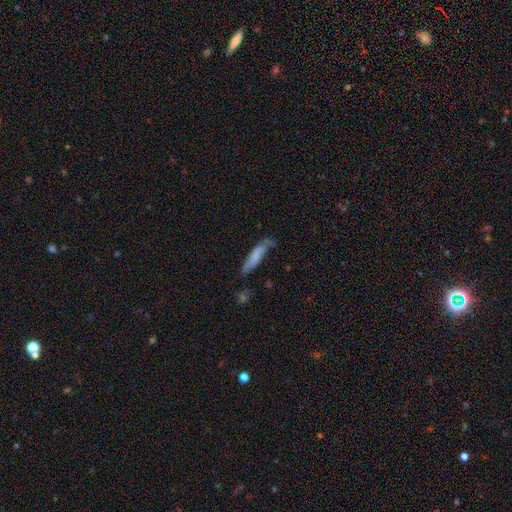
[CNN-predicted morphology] smooth-or-featured: smooth: 68% | featured or disk: 26% | star or artifact: 7%
  how-rounded: cigar-shaped: 83% | in between: 15% | round: 2%
  merging: none: 54% | minor disturbance: 30% | major disturbance: 11% | merger: 5%